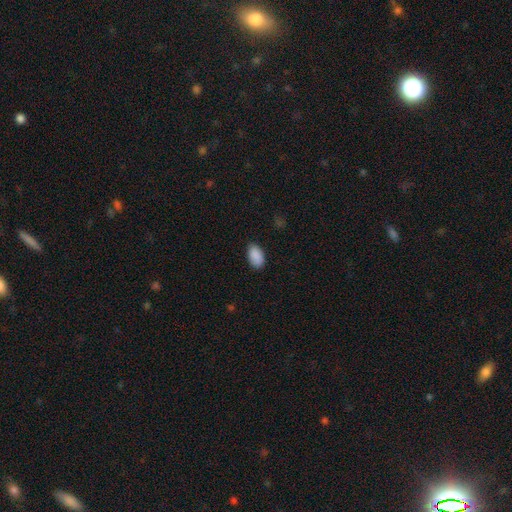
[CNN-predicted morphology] smooth_or_featured: smooth (p=0.90) [alt: star or artifact p=0.07]
how_rounded: in between (p=0.94) [alt: round p=0.05]
merging: none (p=0.84) [alt: minor disturbance p=0.13]